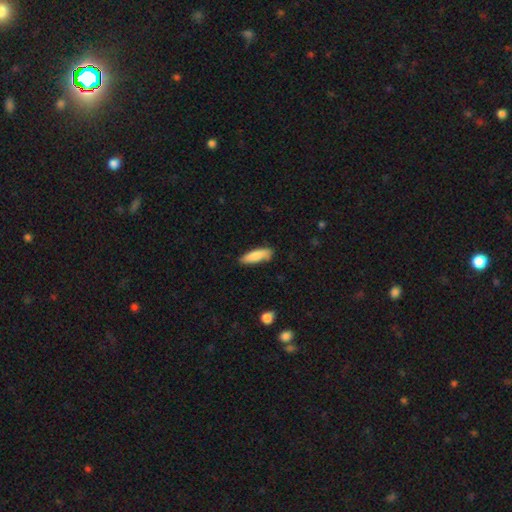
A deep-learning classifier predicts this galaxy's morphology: Smooth or featured? Predicted: smooth (p=0.84). How rounded? Predicted: cigar-shaped (p=0.59). Merging? Predicted: none (p=0.81).